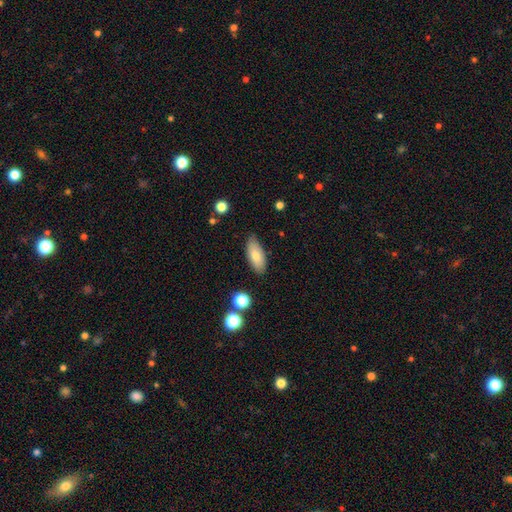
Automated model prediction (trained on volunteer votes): A smooth galaxy with no disk features (75%) that is in between round and cigar-shaped (85%).

Vote fractions:
- Smooth or featured? smooth: 75% / featured or disk: 18% / star or artifact: 7%
- How rounded? in between: 85% / cigar-shaped: 12% / round: 3%
- Merging? none: 82% / minor disturbance: 14% / major disturbance: 3% / merger: 2%